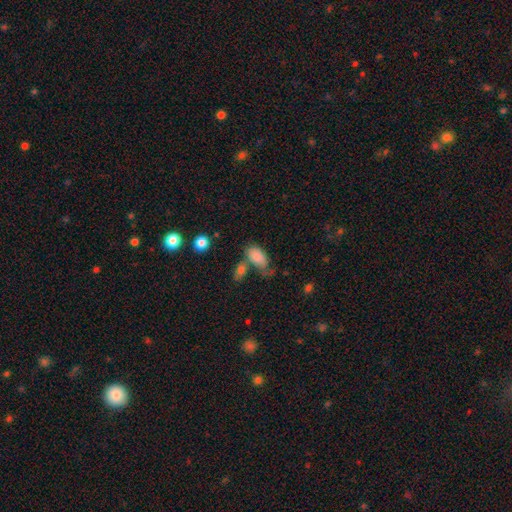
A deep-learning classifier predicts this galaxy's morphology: type=smooth (82%); roundness=in between (93%); merging=none (37%).